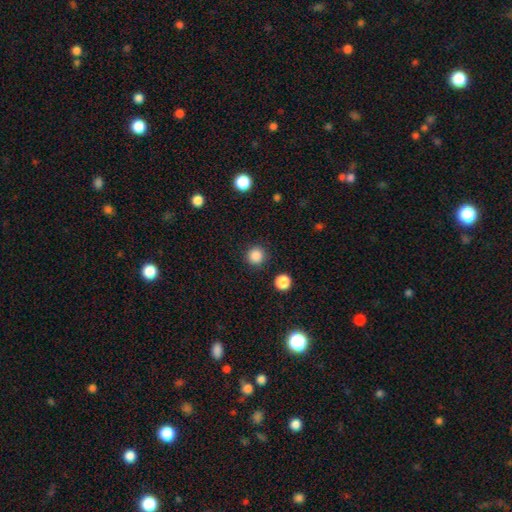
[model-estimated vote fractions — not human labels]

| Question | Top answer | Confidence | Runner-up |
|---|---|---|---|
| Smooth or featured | smooth | 86% | star or artifact (11%) |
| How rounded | round | 94% | in between (5%) |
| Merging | none | 90% | minor disturbance (6%) |